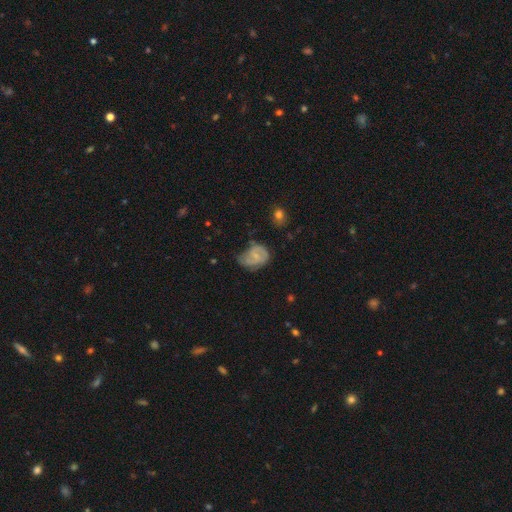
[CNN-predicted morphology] featured or disk 55%, smooth 37%, star or artifact 8%. Down the decision tree: edge-on disk — no (97%); bar — no (45%, tied with weak); spiral arms — yes (79%); bulge size — small (55%); merging — none (39%).